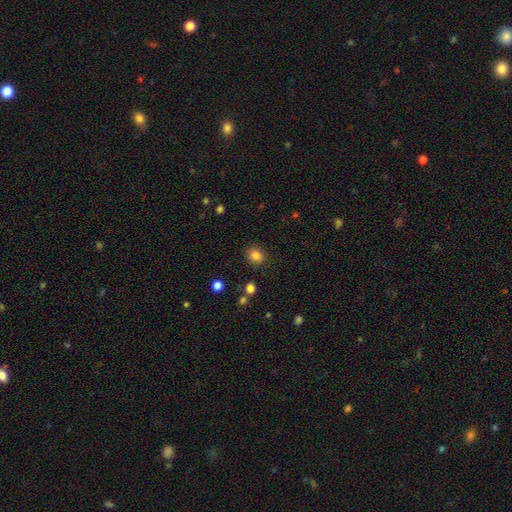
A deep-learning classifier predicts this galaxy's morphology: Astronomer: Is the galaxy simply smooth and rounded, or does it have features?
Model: smooth — 84%.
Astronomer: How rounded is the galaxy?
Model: round — 67%.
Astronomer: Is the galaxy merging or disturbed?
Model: none — 86%.